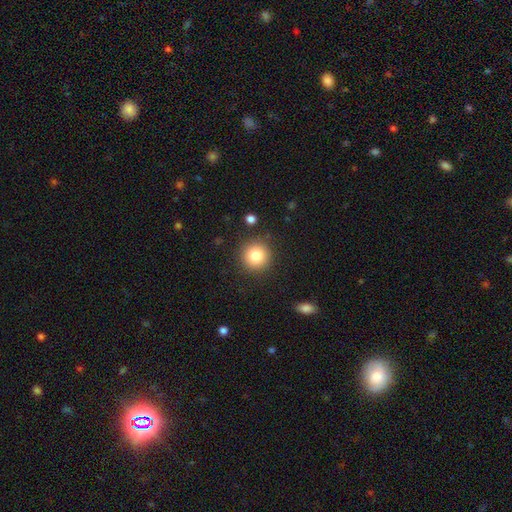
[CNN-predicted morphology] A smooth galaxy with no disk features (82%) that is round (94%).

Vote fractions:
- Smooth or featured? smooth: 82% / star or artifact: 11% / featured or disk: 8%
- How rounded? round: 94% / in between: 5% / cigar-shaped: 1%
- Merging? none: 88% / minor disturbance: 7% / major disturbance: 3% / merger: 2%